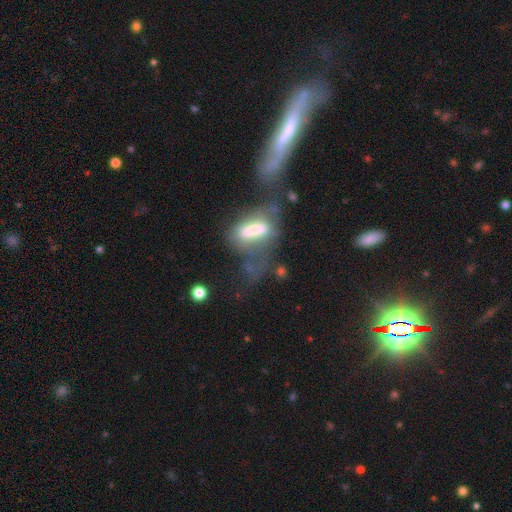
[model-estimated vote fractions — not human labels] Smooth or featured? Predicted: featured or disk (p=0.45). Merging? Predicted: none (p=0.29).